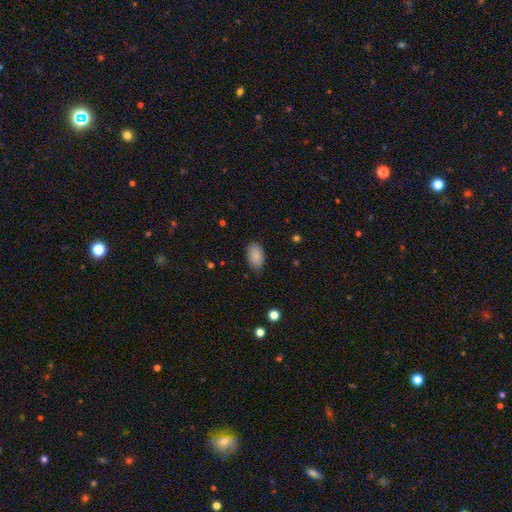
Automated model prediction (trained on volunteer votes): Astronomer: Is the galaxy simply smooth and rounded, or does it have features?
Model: smooth — 86%.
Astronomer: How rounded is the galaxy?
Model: in between — 93%.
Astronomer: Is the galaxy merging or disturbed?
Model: none — 78%.